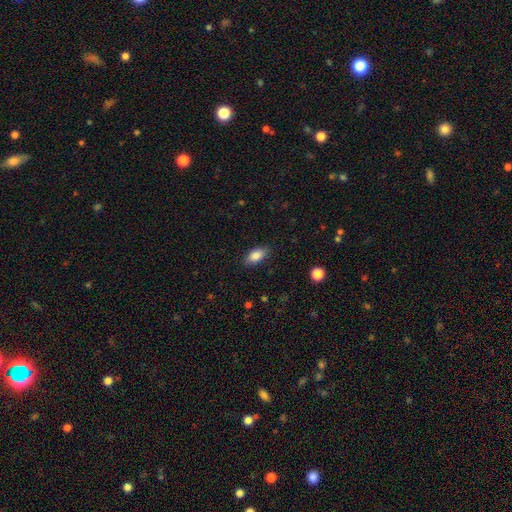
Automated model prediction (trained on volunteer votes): Smooth or featured? Predicted: smooth (p=0.83). How rounded? Predicted: in between (p=0.88). Merging? Predicted: none (p=0.85).